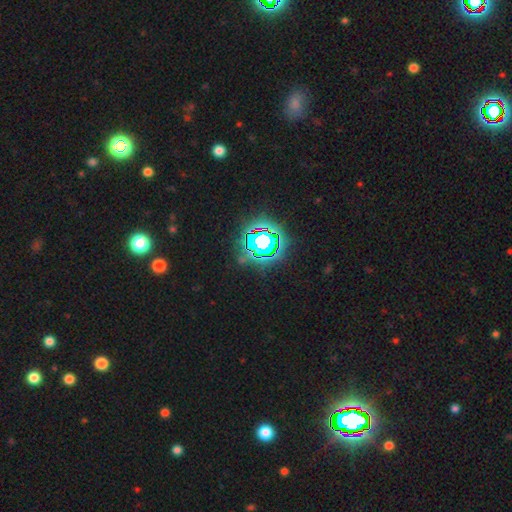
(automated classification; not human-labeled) star or artifact 82%, smooth 11%, featured or disk 7%.